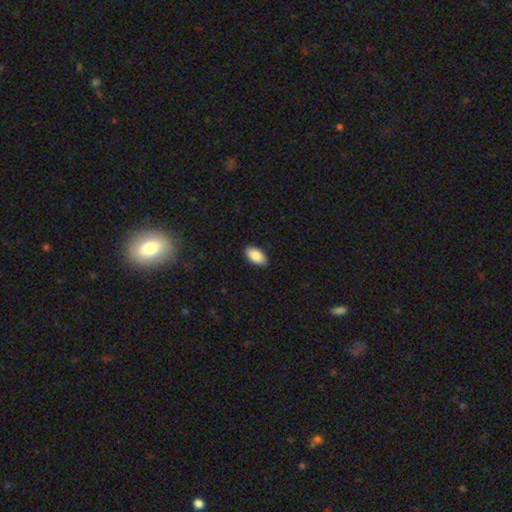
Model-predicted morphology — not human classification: Smooth or featured: smooth — 88% (star or artifact — 7%)
How rounded: in between — 95% (round — 3%)
Merging: none — 89% (minor disturbance — 9%)